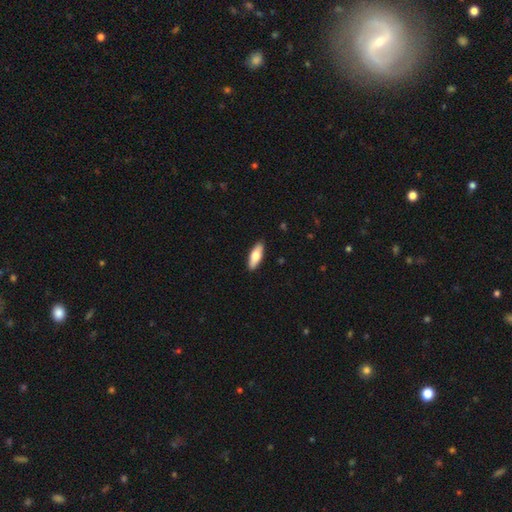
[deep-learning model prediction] A smooth galaxy with no disk features (71%) that is in between round and cigar-shaped (64%). Merging: none (90%).